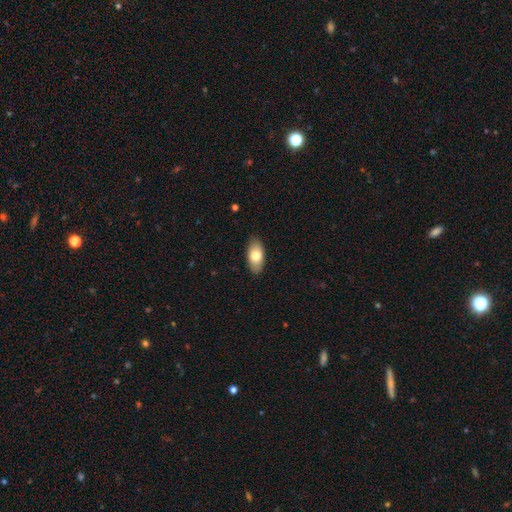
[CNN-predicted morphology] type=smooth (78%); roundness=in between (92%); merging=none (87%).